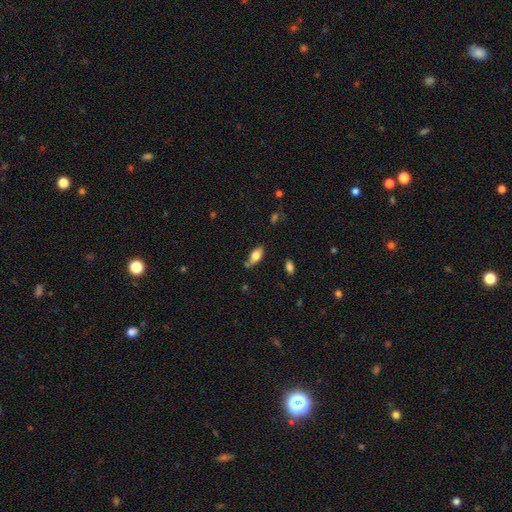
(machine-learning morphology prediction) This is likely a smooth galaxy (74%). How rounded: clearly in between (86%). Merging: likely none (66%).